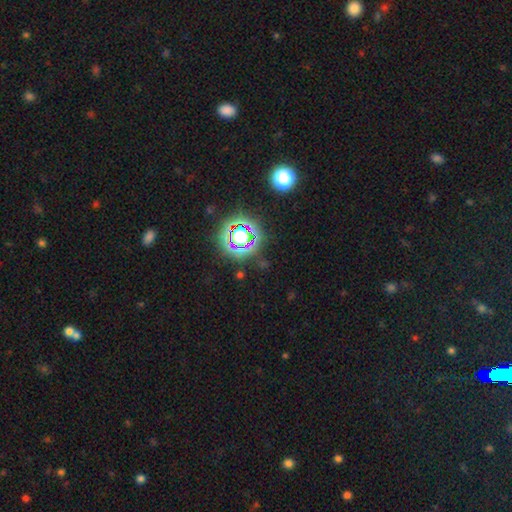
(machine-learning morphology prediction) The model was most divided on "smooth or featured": star or artifact: 81%, smooth: 12%, featured or disk: 7%.